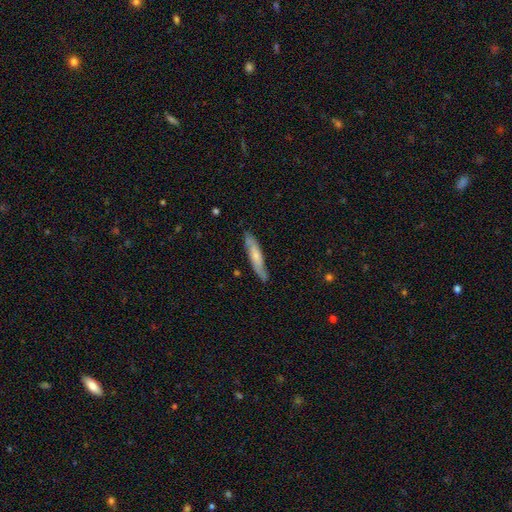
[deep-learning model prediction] Overall: smooth (48%; featured or disk 46%). Merging: none (81%).